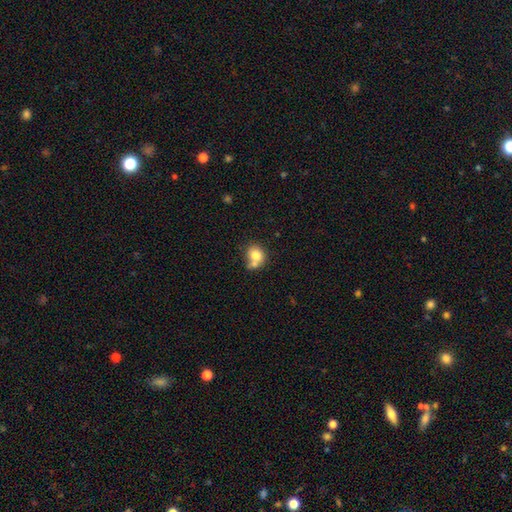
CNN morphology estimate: Smooth or featured? smooth (76%)
How rounded? round (69%)
Merging? merger (41%)